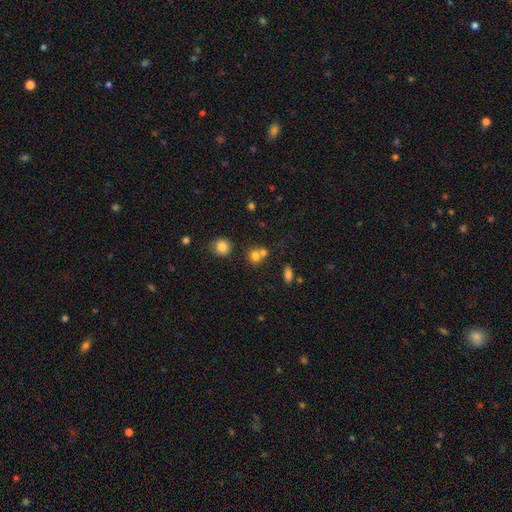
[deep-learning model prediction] This is likely a smooth galaxy (74%). How rounded: likely round (77%). Merging: marginally none (44%, tied with merger).